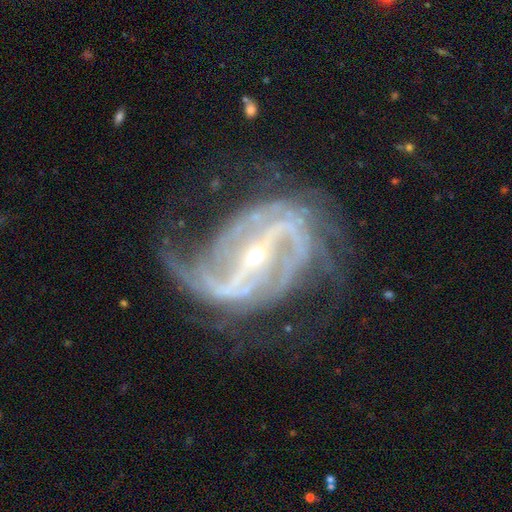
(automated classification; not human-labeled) A featured or disk galaxy (92%) with a strong bar (74%), 2 (55%) medium (44%) spiral arms (96%) and a small central bulge (82%). Merging: none (50%).